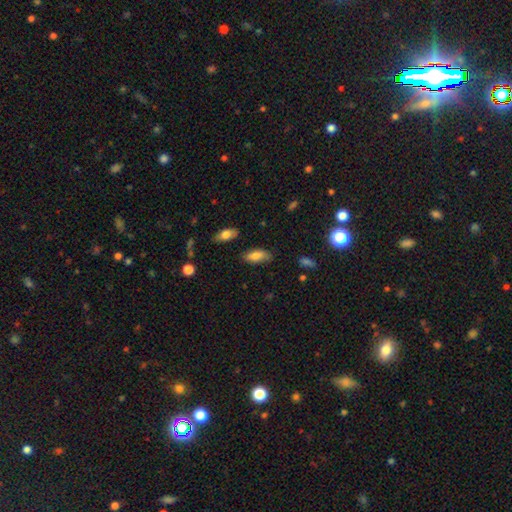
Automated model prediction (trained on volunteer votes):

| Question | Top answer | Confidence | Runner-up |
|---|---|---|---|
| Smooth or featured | smooth | 79% | featured or disk (13%) |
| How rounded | in between | 80% | cigar-shaped (18%) |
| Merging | none | 74% | minor disturbance (19%) |